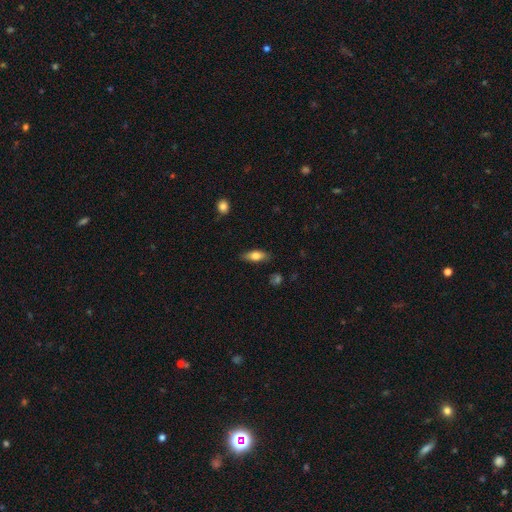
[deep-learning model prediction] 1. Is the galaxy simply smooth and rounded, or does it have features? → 73% smooth, 20% featured or disk, 7% star or artifact.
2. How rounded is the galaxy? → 73% in between, 23% cigar-shaped, 3% round.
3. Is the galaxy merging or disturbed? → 81% none, 15% minor disturbance, 3% major disturbance, 1% merger.